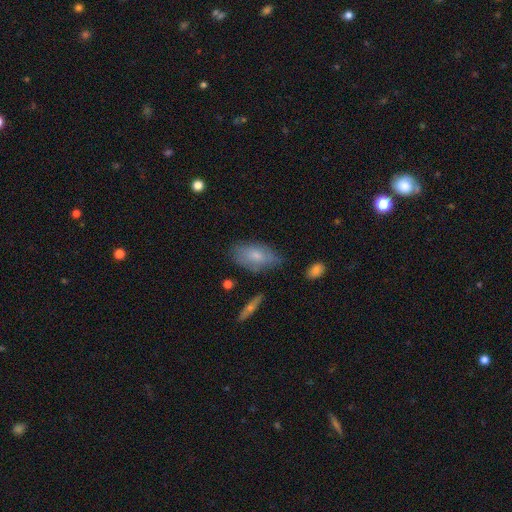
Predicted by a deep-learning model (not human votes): Smooth or featured? Predicted: smooth (p=0.72). How rounded? Predicted: in between (p=0.91). Merging? Predicted: none (p=0.66).